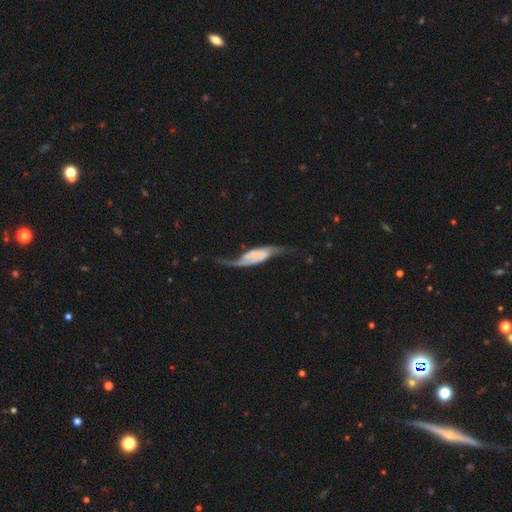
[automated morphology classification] Q: Smooth or featured?
A: featured or disk (75%); runner-up: smooth (18%)
Q: Edge-on disk?
A: no (80%); runner-up: yes (20%)
Q: Bar?
A: no (53%); runner-up: weak (26%)
Q: Spiral arms?
A: yes (89%); runner-up: no (11%)
Q: Spiral winding?
A: loose (82%); runner-up: medium (13%)
Q: Spiral arm count?
A: 2 (85%); runner-up: 1 (8%)
Q: Bulge size?
A: none (57%); runner-up: small (24%)
Q: Merging?
A: none (42%); runner-up: major disturbance (30%)